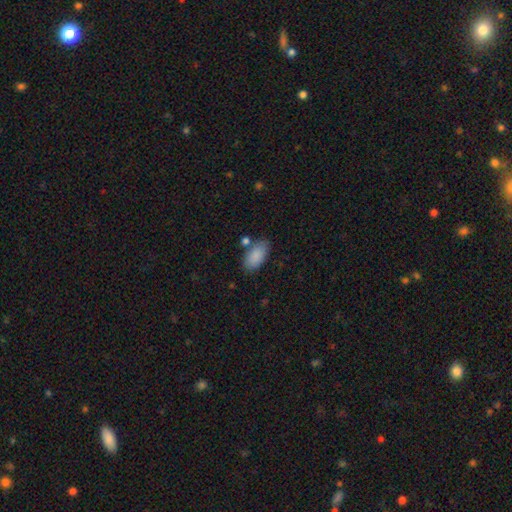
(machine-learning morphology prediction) Smooth or featured? Predicted: smooth (p=0.88). How rounded? Predicted: in between (p=0.94). Merging? Predicted: none (p=0.72).